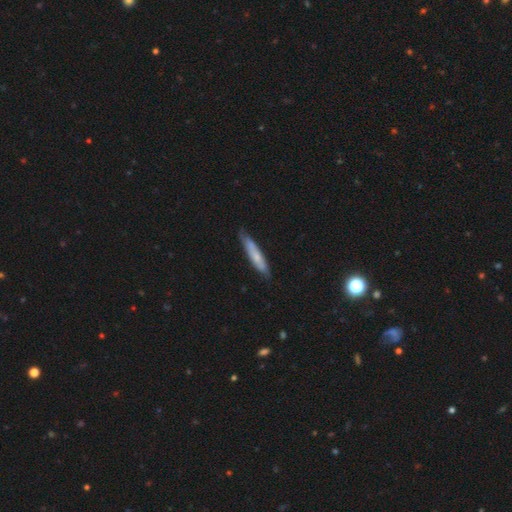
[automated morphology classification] smooth 61%, featured or disk 34%, star or artifact 6%. Down the decision tree: how rounded — cigar-shaped (89%); merging — none (78%).